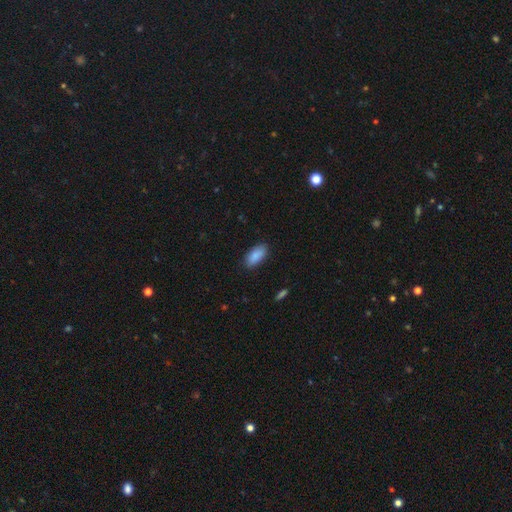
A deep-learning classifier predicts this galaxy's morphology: Smooth or featured? Predicted: smooth (p=0.89). How rounded? Predicted: in between (p=0.90). Merging? Predicted: none (p=0.86).